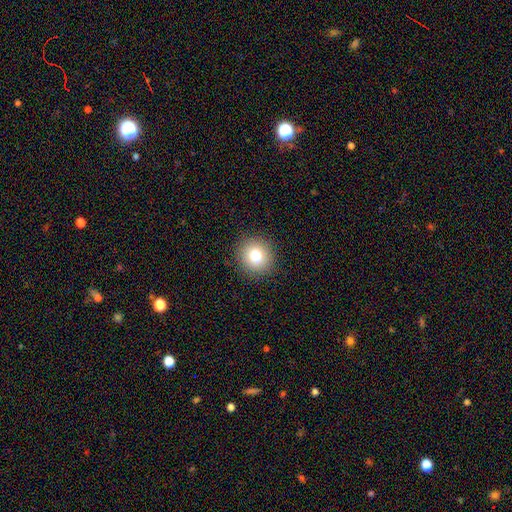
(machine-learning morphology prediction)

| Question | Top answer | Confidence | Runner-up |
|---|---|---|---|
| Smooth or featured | smooth | 79% | star or artifact (11%) |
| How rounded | round | 89% | in between (10%) |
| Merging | none | 91% | minor disturbance (6%) |